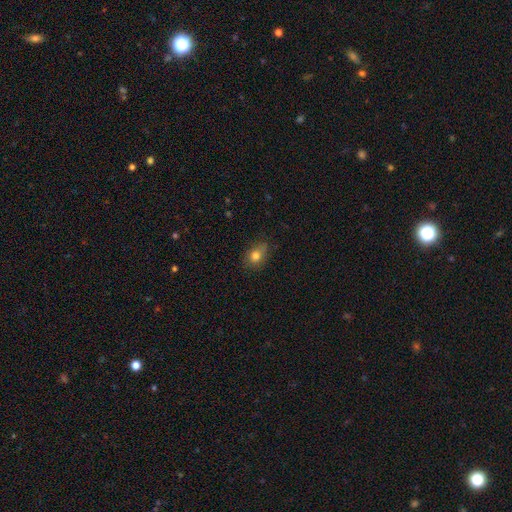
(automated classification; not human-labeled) Smooth or featured: smooth — 79% (star or artifact — 11%)
How rounded: in between — 56% (round — 42%)
Merging: none — 72% (minor disturbance — 22%)